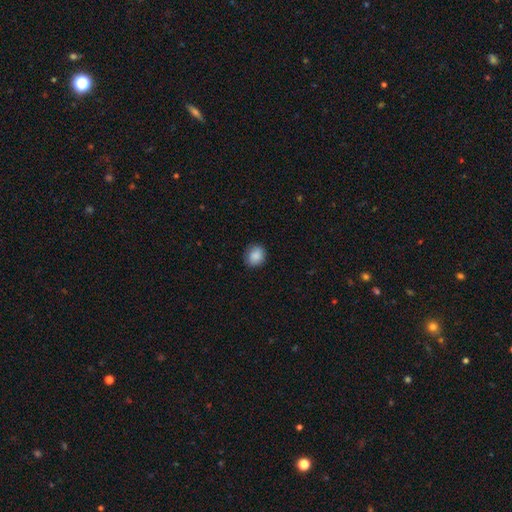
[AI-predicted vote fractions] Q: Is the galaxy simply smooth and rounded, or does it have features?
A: smooth — 88%.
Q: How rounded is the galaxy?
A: round — 72%.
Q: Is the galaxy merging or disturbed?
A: none — 83%.